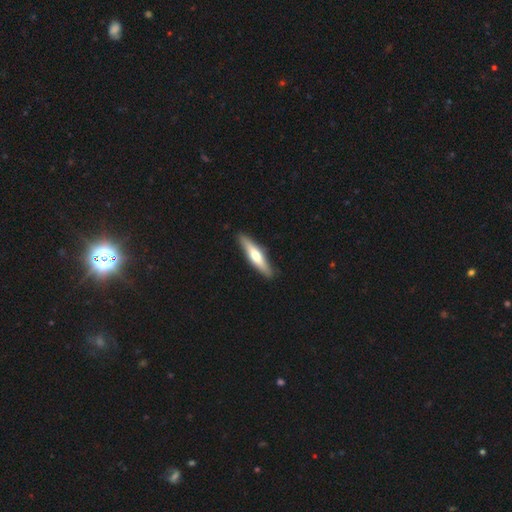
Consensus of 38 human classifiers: Overall: featured or disk (55%; smooth 42%). Edge-on disk: yes (100%). Edge-on bulge: rounded (86%). Merging: none (95%).